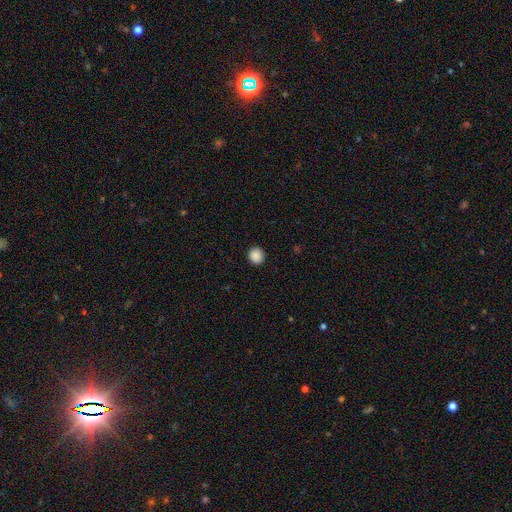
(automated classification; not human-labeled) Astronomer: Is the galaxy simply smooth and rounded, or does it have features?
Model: smooth — 89%.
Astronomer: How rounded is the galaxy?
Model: round — 85%.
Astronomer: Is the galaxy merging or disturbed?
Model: none — 92%.